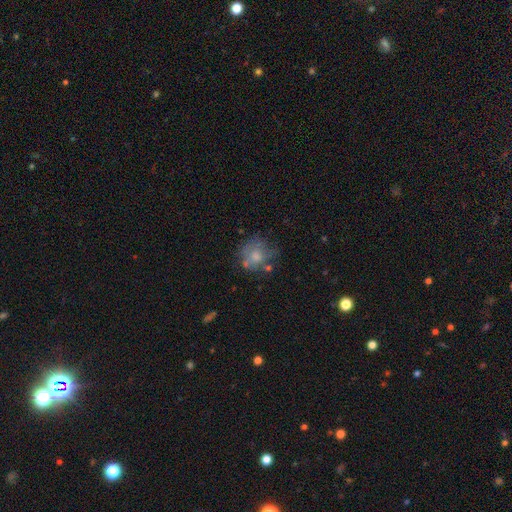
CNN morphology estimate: Smooth or featured?
  - smooth: 60% *
  - featured or disk: 29%
  - star or artifact: 11%
How rounded?
  - round: 72% *
  - in between: 27%
  - cigar-shaped: 1%
Merging?
  - none: 48% *
  - minor disturbance: 25%
  - major disturbance: 19%
  - merger: 9%